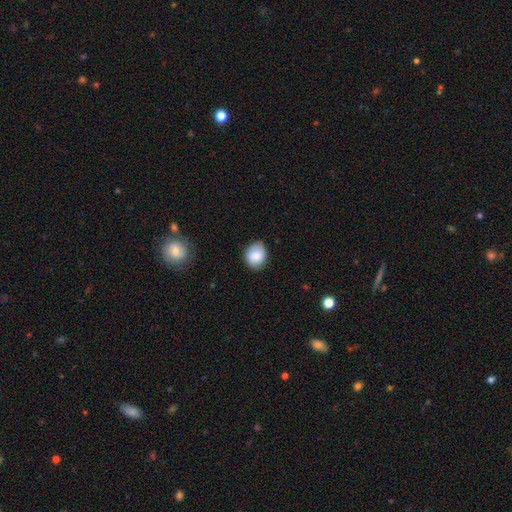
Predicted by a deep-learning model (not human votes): Smooth or featured: smooth — 85% (star or artifact — 8%)
How rounded: round — 58% (in between — 41%)
Merging: none — 80% (minor disturbance — 17%)